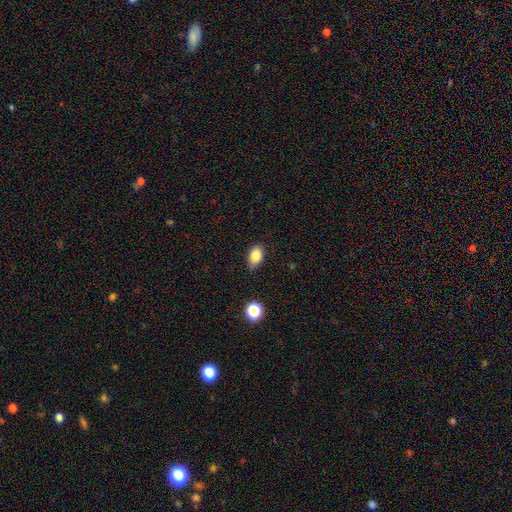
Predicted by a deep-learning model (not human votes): Smooth or featured: smooth — 85% (star or artifact — 10%)
How rounded: in between — 84% (round — 14%)
Merging: none — 75% (minor disturbance — 20%)